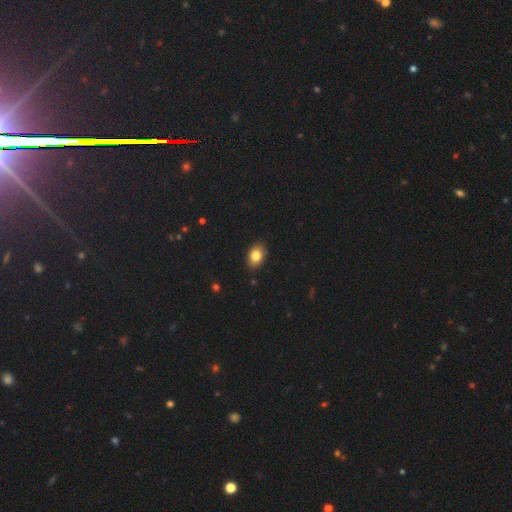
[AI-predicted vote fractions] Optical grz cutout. It shows a smooth galaxy with no disk features (82%) that is in between round and cigar-shaped (80%). Merging: none (87%).